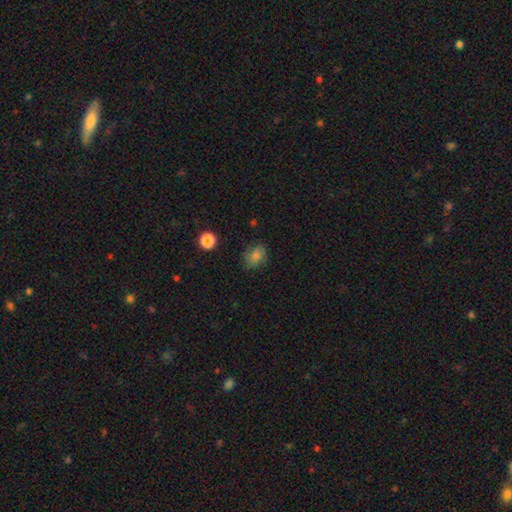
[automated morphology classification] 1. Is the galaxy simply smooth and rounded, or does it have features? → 71% smooth, 15% featured or disk, 14% star or artifact.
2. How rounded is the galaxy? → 53% round, 46% in between, 1% cigar-shaped.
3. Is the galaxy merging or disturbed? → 75% none, 18% minor disturbance, 5% major disturbance, 1% merger.